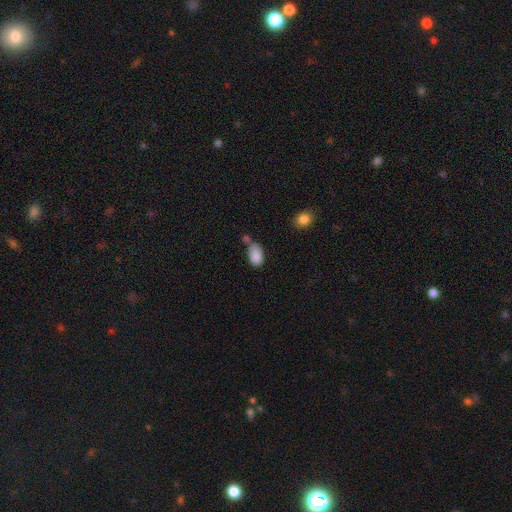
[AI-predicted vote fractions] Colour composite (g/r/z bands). It shows a smooth galaxy with no disk features (87%) that is in between round and cigar-shaped (91%). Merging: none (48%).